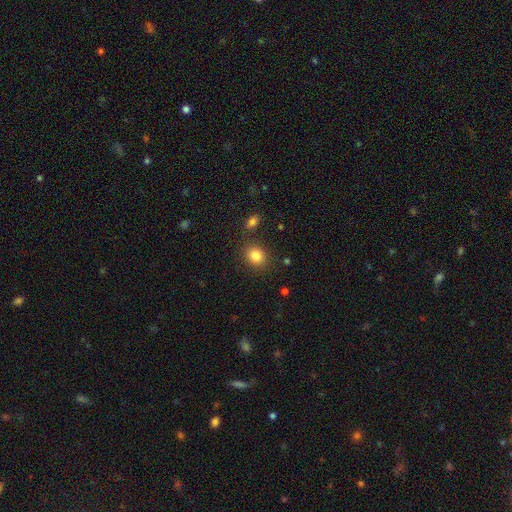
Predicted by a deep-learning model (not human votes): Overall: smooth (83%). How rounded: round (65%; in between 34%). Merging: none (84%).